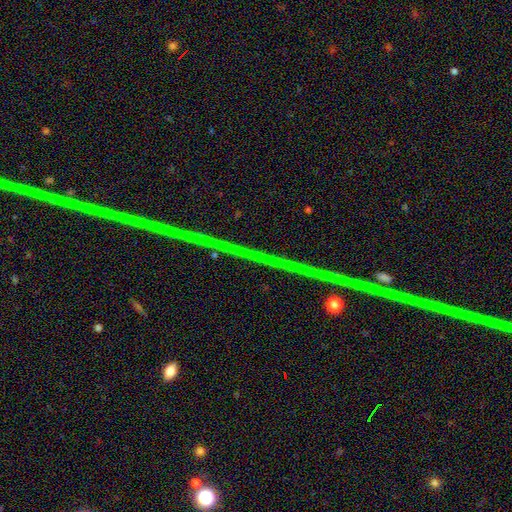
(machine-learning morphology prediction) This appears to be a star or artifact, not a galaxy (78%).